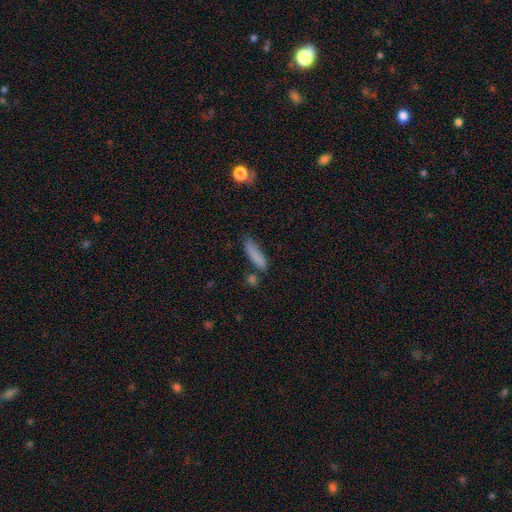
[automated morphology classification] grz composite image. It shows a smooth galaxy with no disk features (83%) that is cigar-shaped (70%). Merging: none (69%).